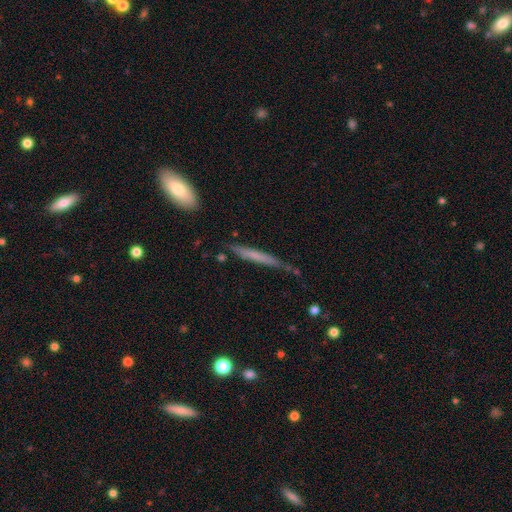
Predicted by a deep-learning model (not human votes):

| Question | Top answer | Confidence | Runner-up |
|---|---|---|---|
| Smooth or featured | smooth | 56% | featured or disk (37%) |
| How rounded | cigar-shaped | 95% | in between (4%) |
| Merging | none | 66% | minor disturbance (23%) |